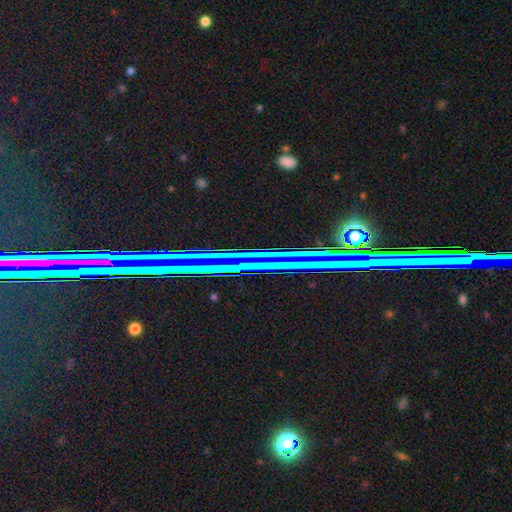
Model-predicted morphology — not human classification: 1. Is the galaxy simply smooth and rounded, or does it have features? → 80% star or artifact, 11% featured or disk, 8% smooth.